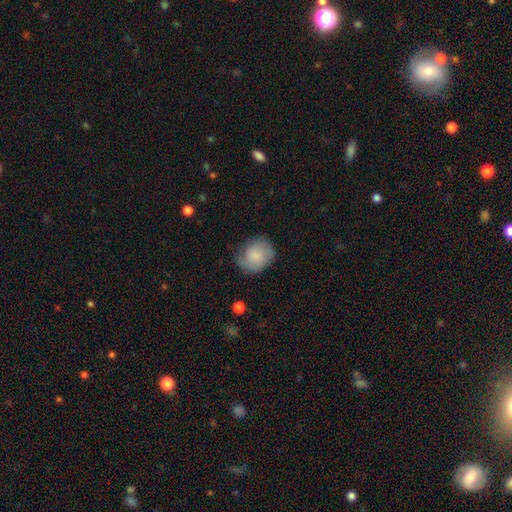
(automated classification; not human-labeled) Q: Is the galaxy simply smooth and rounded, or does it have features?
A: smooth — 70%.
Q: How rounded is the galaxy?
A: round — 63%.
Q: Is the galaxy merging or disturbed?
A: none — 61%.